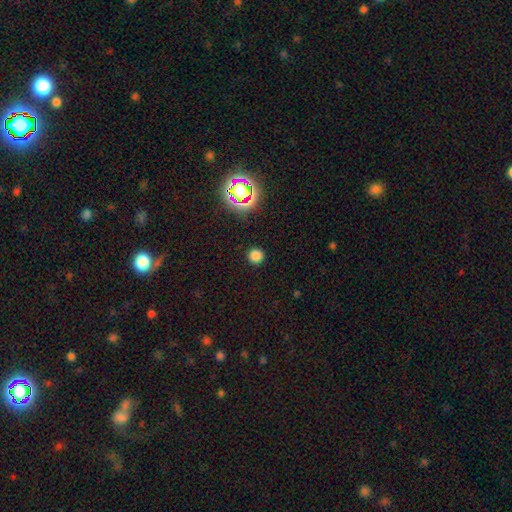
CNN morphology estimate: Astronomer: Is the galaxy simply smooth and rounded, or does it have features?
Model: smooth — 76%.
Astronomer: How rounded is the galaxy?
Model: round — 94%.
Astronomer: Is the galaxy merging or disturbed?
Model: none — 91%.